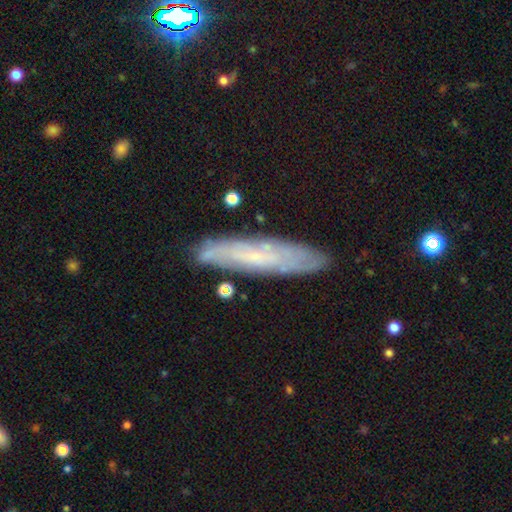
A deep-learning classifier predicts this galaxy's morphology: type=featured or disk (55%); edge-on=yes (51%); merging=none (82%).